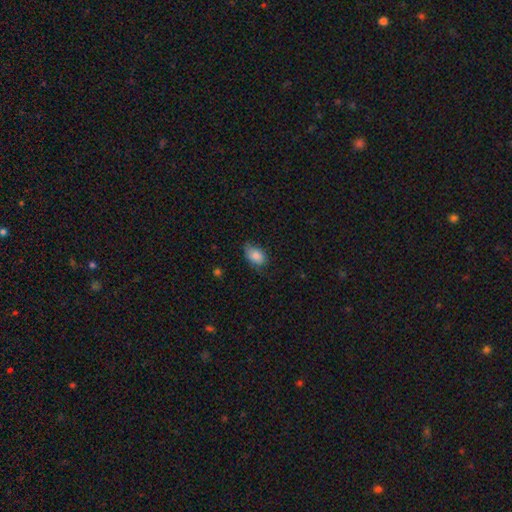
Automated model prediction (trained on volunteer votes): smooth 84%, featured or disk 9%, star or artifact 8%. Down the decision tree: how rounded — in between (87%); merging — none (60%).